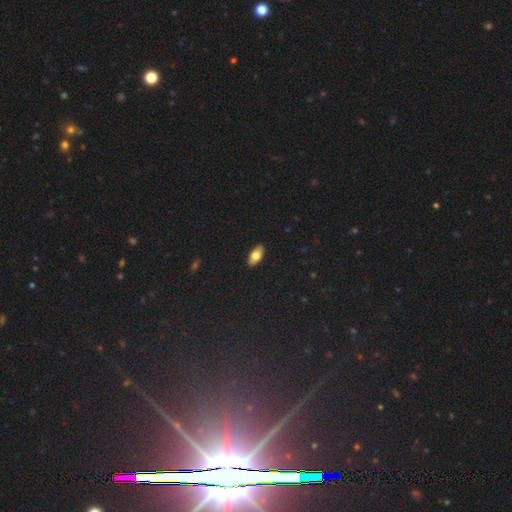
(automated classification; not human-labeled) Q: Smooth or featured?
A: smooth (75%); runner-up: featured or disk (19%)
Q: How rounded?
A: in between (89%); runner-up: cigar-shaped (8%)
Q: Merging?
A: none (90%); runner-up: minor disturbance (8%)